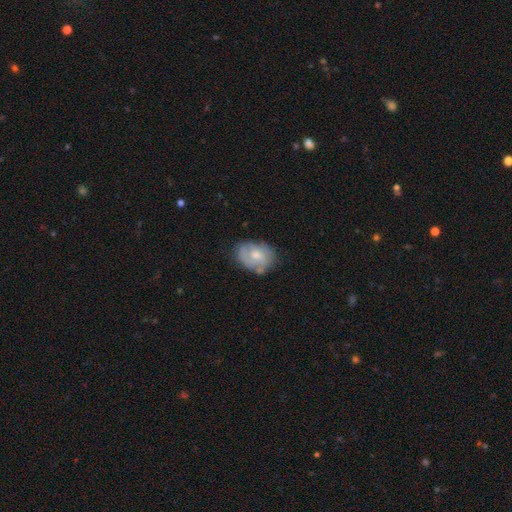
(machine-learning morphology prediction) The model was most divided on "smooth or featured": smooth: 48%, featured or disk: 46%, star or artifact: 7%. More confident: merging — none (57%).